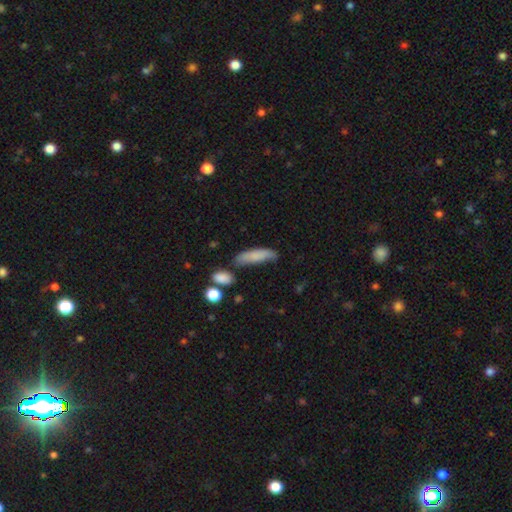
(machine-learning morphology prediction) smooth_or_featured: smooth (p=0.78) [alt: featured or disk p=0.14]
how_rounded: cigar-shaped (p=0.58) [alt: in between p=0.39]
merging: none (p=0.59) [alt: minor disturbance p=0.26]